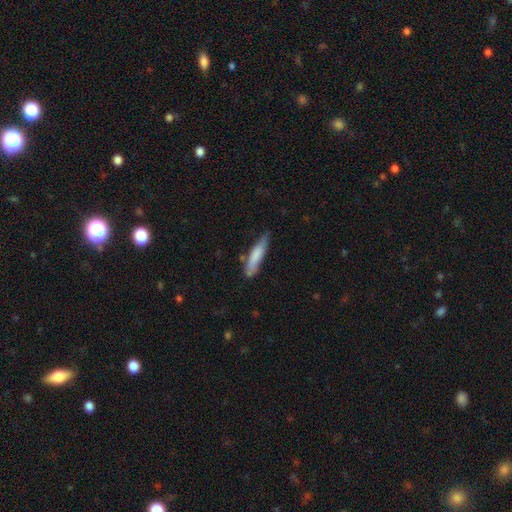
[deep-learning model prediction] smooth 75%, featured or disk 19%, star or artifact 6%. Down the decision tree: how rounded — cigar-shaped (82%); merging — none (63%).